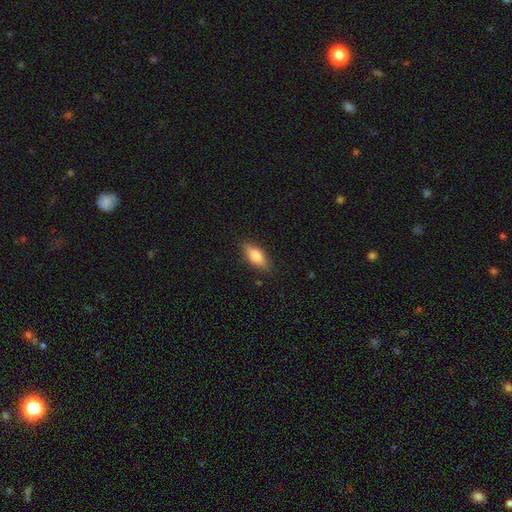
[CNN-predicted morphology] A smooth galaxy with no disk features (77%) that is in between round and cigar-shaped (78%).

Vote fractions:
- Smooth or featured? smooth: 77% / featured or disk: 16% / star or artifact: 7%
- How rounded? in between: 78% / cigar-shaped: 18% / round: 3%
- Merging? none: 84% / minor disturbance: 12% / major disturbance: 3% / merger: 1%